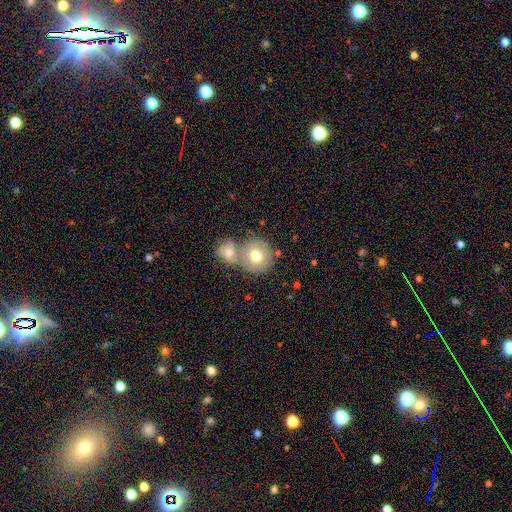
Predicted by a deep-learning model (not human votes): A smooth galaxy with no disk features (71%) that is round (88%). Merging: merger (49%).